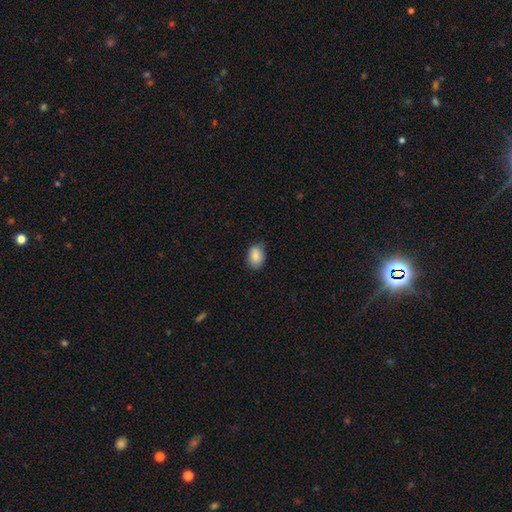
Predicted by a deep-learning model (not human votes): Smooth or featured? smooth (87%)
How rounded? in between (81%)
Merging? none (75%)